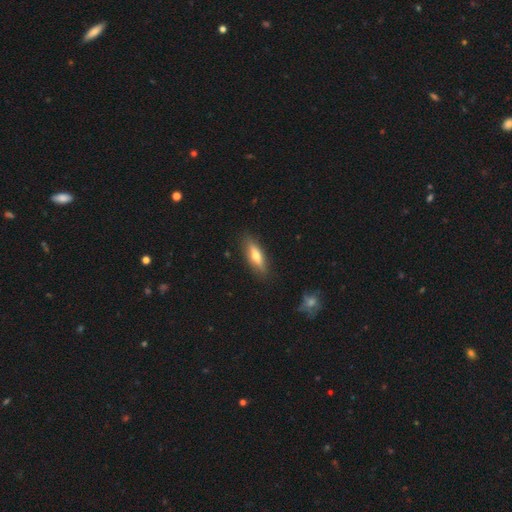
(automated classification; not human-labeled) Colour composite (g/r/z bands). It shows a smooth galaxy with no disk features (56%) that is cigar-shaped (56%). Merging: none (86%).